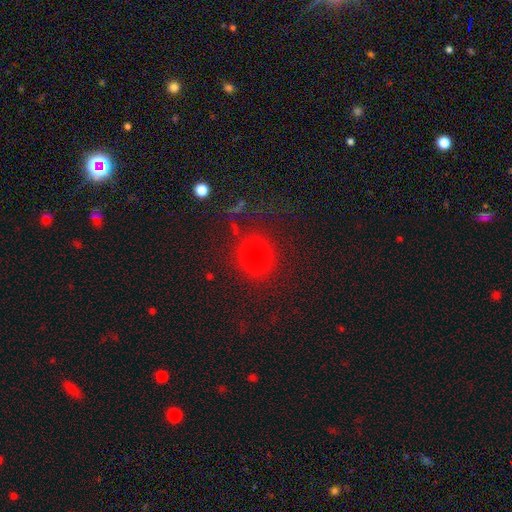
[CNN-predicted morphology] smooth-or-featured: smooth: 74% | star or artifact: 18% | featured or disk: 7%
  how-rounded: round: 86% | in between: 12% | cigar-shaped: 1%
  merging: none: 83% | minor disturbance: 9% | major disturbance: 4% | merger: 3%